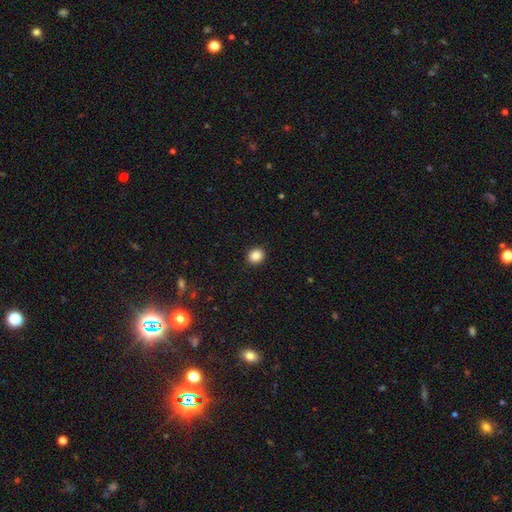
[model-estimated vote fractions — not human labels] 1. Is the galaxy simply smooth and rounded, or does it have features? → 87% smooth, 10% star or artifact, 3% featured or disk.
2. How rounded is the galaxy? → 78% round, 21% in between, 1% cigar-shaped.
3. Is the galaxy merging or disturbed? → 91% none, 6% minor disturbance, 2% major disturbance, 1% merger.